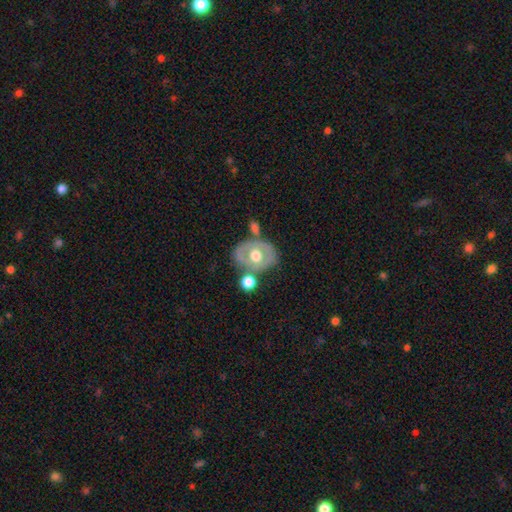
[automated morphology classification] type=featured or disk (57%); edge-on=no (94%); bar=no (81%); spiral arms=no (75%); bulge=moderate (70%); merging=none (56%).